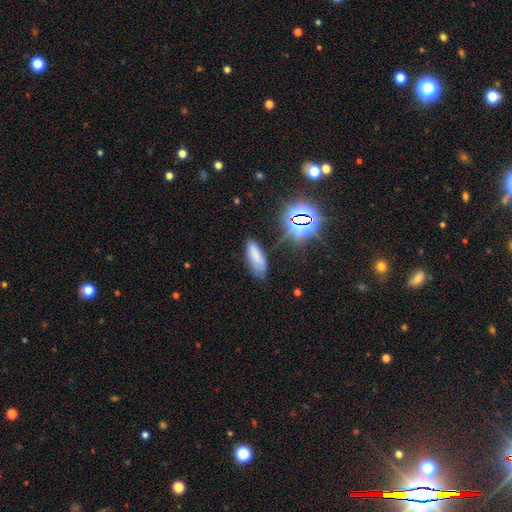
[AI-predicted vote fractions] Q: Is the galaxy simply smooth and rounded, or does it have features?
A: smooth — 68%.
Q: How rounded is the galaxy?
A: in between — 67%.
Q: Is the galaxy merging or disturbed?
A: none — 65%.